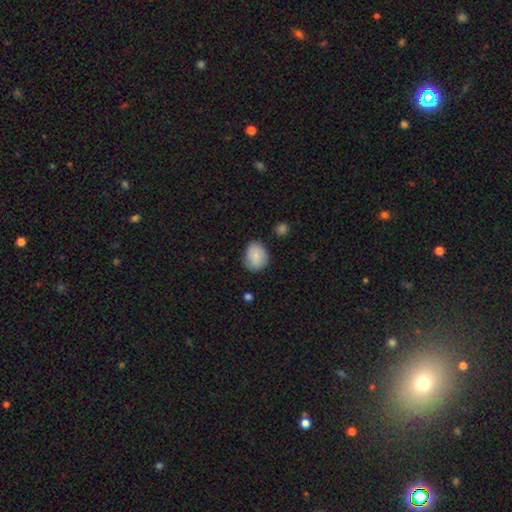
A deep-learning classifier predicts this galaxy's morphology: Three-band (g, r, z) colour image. It shows a smooth galaxy with no disk features (80%) that is round (55%). Merging: none (73%).